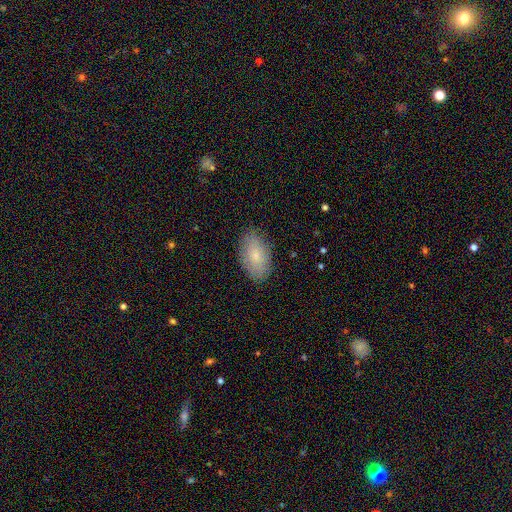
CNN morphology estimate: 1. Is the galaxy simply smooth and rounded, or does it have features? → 80% smooth, 13% featured or disk, 7% star or artifact.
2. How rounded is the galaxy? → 93% in between, 5% round, 2% cigar-shaped.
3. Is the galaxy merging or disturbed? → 85% none, 11% minor disturbance, 3% major disturbance, 1% merger.